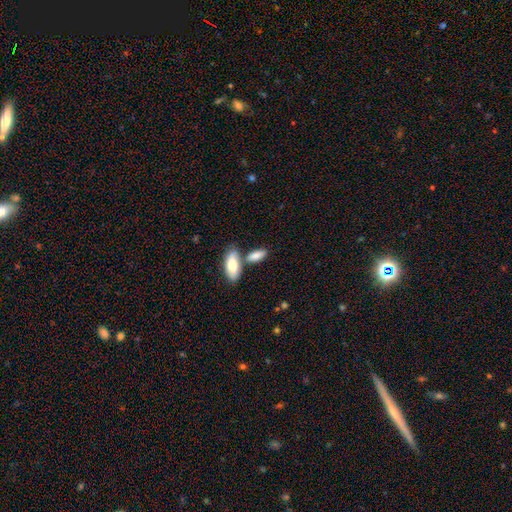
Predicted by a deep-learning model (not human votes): Smooth or featured? Predicted: smooth (p=0.81). How rounded? Predicted: in between (p=0.80). Merging? Predicted: none (p=0.55).